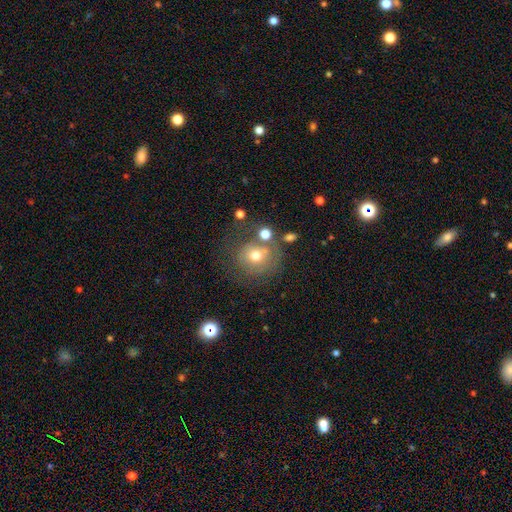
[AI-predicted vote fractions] smooth-or-featured: smooth: 65% | featured or disk: 22% | star or artifact: 13%
  how-rounded: round: 84% | in between: 15% | cigar-shaped: 1%
  merging: none: 55% | minor disturbance: 17% | merger: 14% | major disturbance: 13%